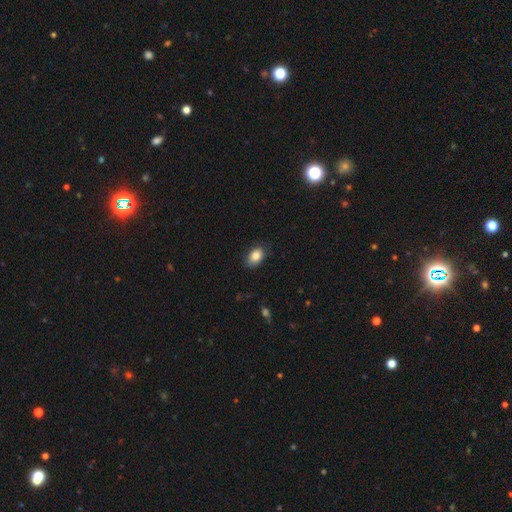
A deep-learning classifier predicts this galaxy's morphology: Overall: smooth (86%). How rounded: in between (84%). Merging: none (82%).